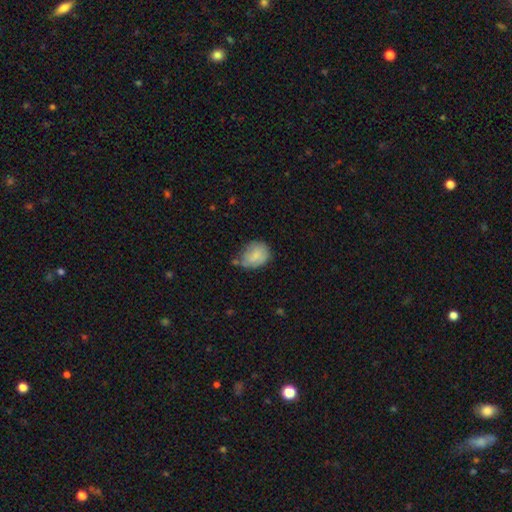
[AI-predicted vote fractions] Morphology: type=smooth (74%); roundness=in between (59%); merging=none (46%).